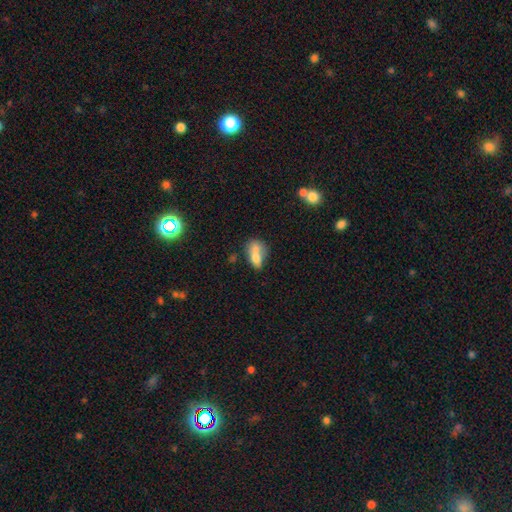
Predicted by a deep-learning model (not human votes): smooth 67%, featured or disk 23%, star or artifact 10%. Down the decision tree: how rounded — in between (75%); merging — merger (54%).